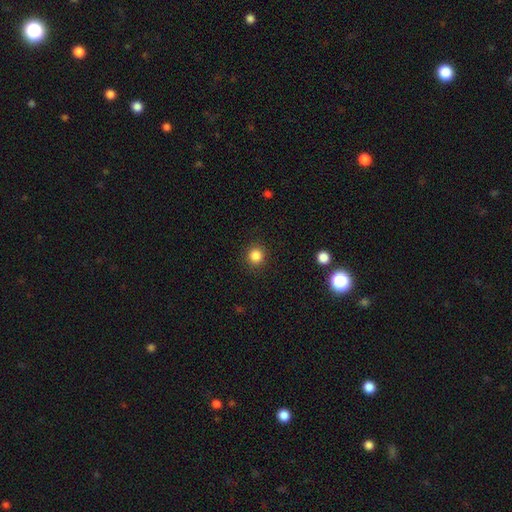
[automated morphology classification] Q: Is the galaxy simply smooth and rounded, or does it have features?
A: smooth — 84%.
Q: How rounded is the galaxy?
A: round — 92%.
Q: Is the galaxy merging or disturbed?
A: none — 91%.